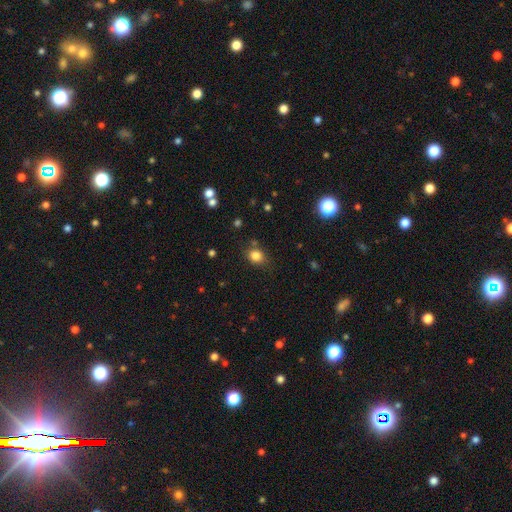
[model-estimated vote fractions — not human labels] This appears to be a smooth galaxy with no disk features (82%) that is round (63%). Merging: none (76%).